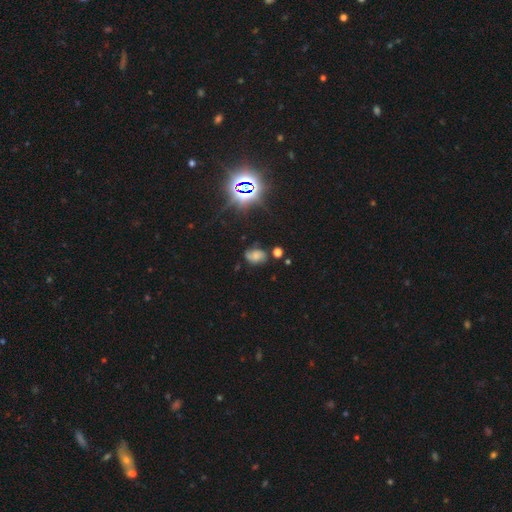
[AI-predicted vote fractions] smooth 42%, featured or disk 33%, star or artifact 25%. Down the decision tree: merging — none (58%).